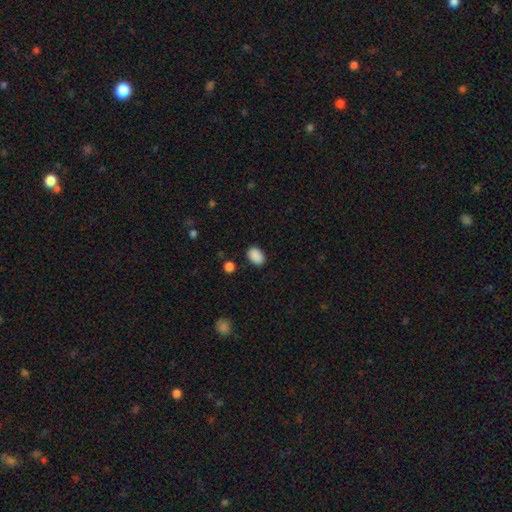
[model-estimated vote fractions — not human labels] Smooth or featured? smooth (89%)
How rounded? in between (82%)
Merging? none (86%)